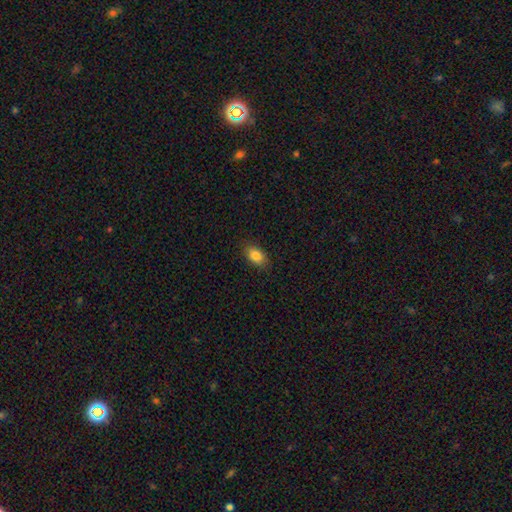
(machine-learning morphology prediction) A smooth galaxy with no disk features (85%) that is in between round and cigar-shaped (88%).

Vote fractions:
- Smooth or featured? smooth: 85% / star or artifact: 8% / featured or disk: 6%
- How rounded? in between: 88% / round: 10% / cigar-shaped: 2%
- Merging? none: 87% / minor disturbance: 10% / major disturbance: 2% / merger: 1%